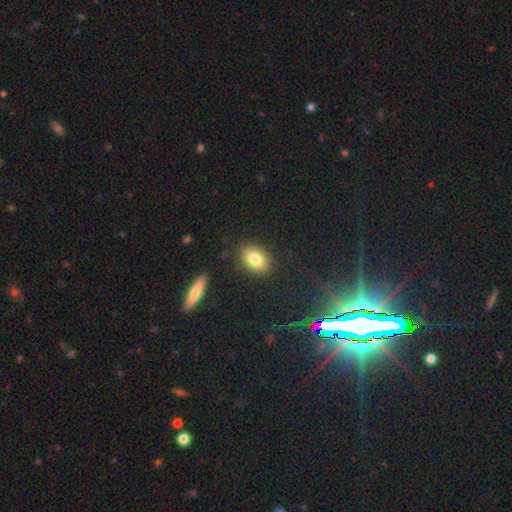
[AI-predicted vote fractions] smooth_or_featured: smooth (p=0.68) [alt: star or artifact p=0.21]
how_rounded: in between (p=0.77) [alt: round p=0.20]
merging: none (p=0.88) [alt: minor disturbance p=0.08]